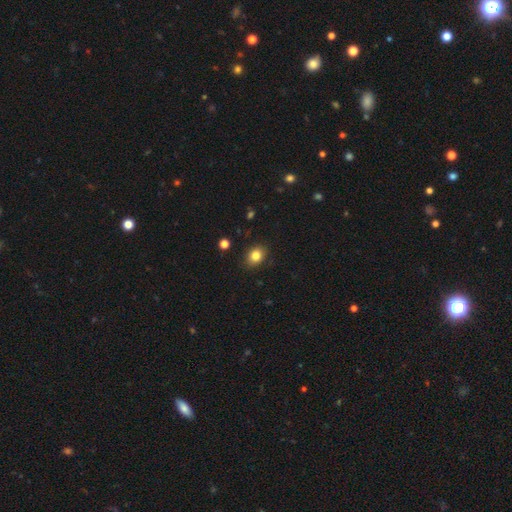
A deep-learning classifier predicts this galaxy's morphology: Smooth or featured: smooth — 83% (star or artifact — 11%)
How rounded: in between — 50% (round — 49%)
Merging: none — 87% (minor disturbance — 10%)